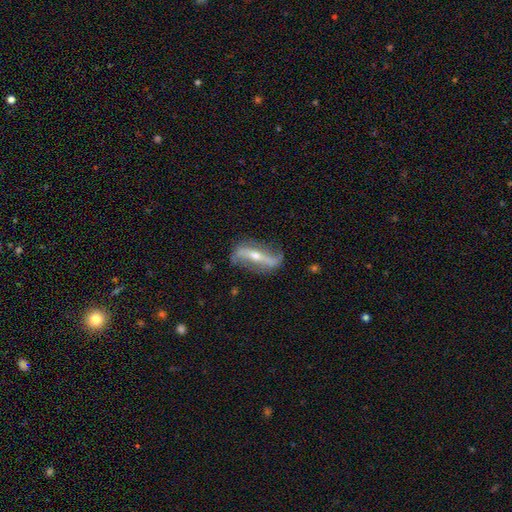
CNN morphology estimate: A featured or disk galaxy (82%) with a strong bar (69%), spiral arms (84%) and a moderate central bulge (48%).

Vote fractions:
- Smooth or featured? featured or disk: 82% / smooth: 13% / star or artifact: 6%
- Edge-on disk? no: 65% / yes: 35%
- Bar? strong: 69% / weak: 16% / no: 15%
- Spiral arms? yes: 84% / no: 16%
- Bulge size? moderate: 48% / small: 46% / large: 2% / none: 2% / dominant: 1%
- Merging? none: 74% / minor disturbance: 17% / major disturbance: 7% / merger: 2%